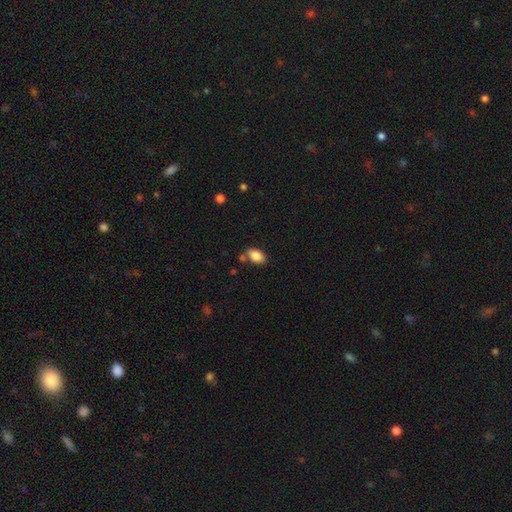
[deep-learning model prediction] Morphology: type=smooth (86%); roundness=in between (91%); merging=none (71%).